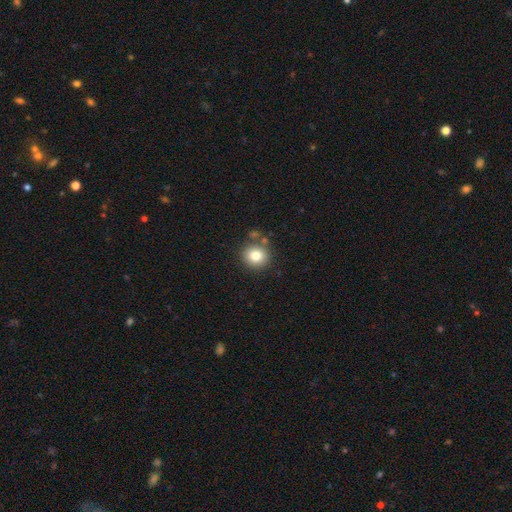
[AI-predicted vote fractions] Q: Smooth or featured?
A: smooth (80%); runner-up: star or artifact (11%)
Q: How rounded?
A: round (87%); runner-up: in between (12%)
Q: Merging?
A: none (78%); runner-up: minor disturbance (10%)